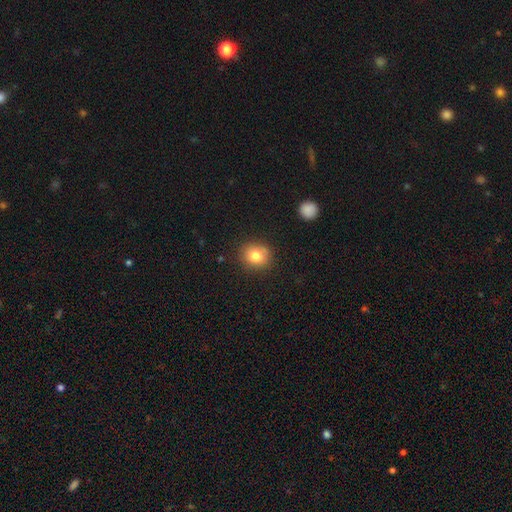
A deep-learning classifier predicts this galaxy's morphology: A smooth galaxy with no disk features (81%) that is round (75%). Merging: none (84%).